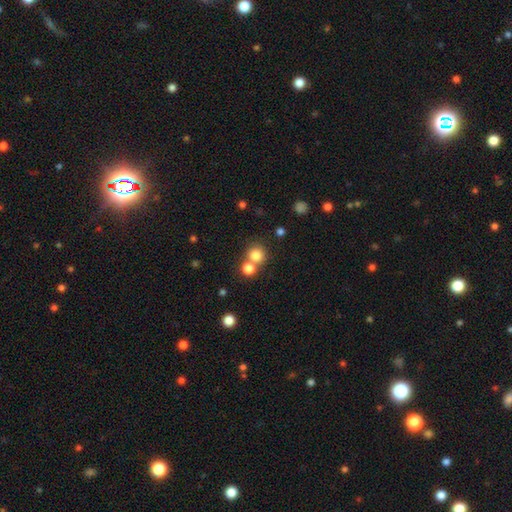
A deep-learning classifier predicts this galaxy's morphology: Smooth or featured?
  - smooth: 79% *
  - star or artifact: 13%
  - featured or disk: 8%
How rounded?
  - round: 90% *
  - in between: 10%
  - cigar-shaped: 1%
Merging?
  - none: 57% *
  - merger: 34%
  - minor disturbance: 7%
  - major disturbance: 3%